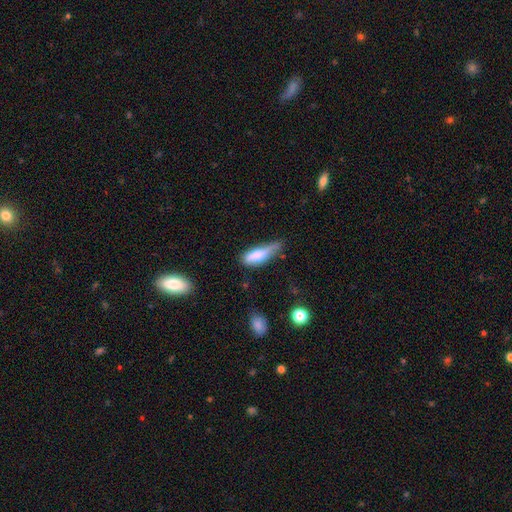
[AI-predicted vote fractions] A smooth galaxy with no disk features (75%) that is cigar-shaped (50%). Merging: minor disturbance (44%).